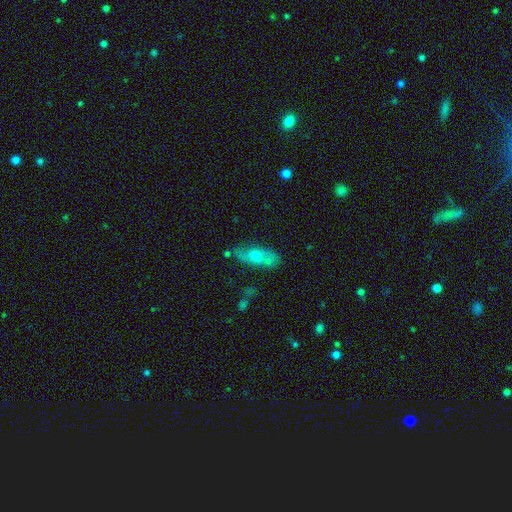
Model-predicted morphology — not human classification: Smooth or featured: smooth — 58% (featured or disk — 34%)
How rounded: in between — 68% (cigar-shaped — 28%)
Merging: none — 58% (minor disturbance — 20%)